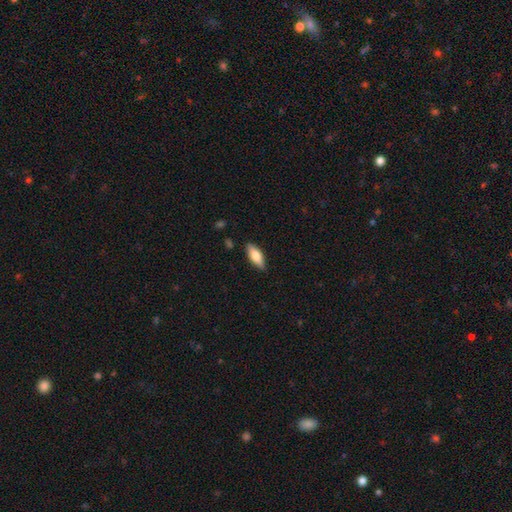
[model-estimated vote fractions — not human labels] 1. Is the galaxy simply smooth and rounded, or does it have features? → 70% smooth, 23% featured or disk, 6% star or artifact.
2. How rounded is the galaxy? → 70% in between, 28% cigar-shaped, 2% round.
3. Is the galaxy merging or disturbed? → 85% none, 11% minor disturbance, 2% major disturbance, 1% merger.